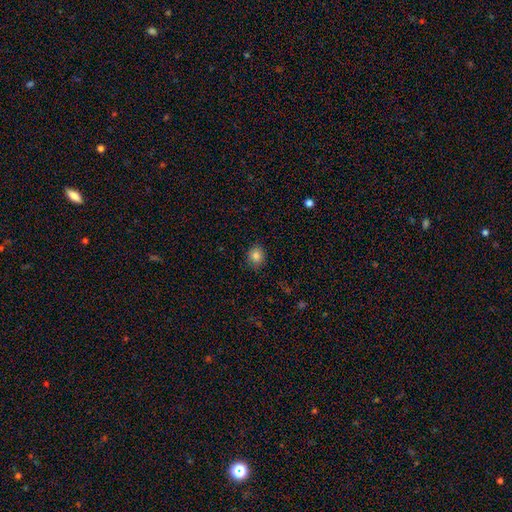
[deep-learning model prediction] Morphology: type=smooth (84%); roundness=round (80%); merging=none (87%).